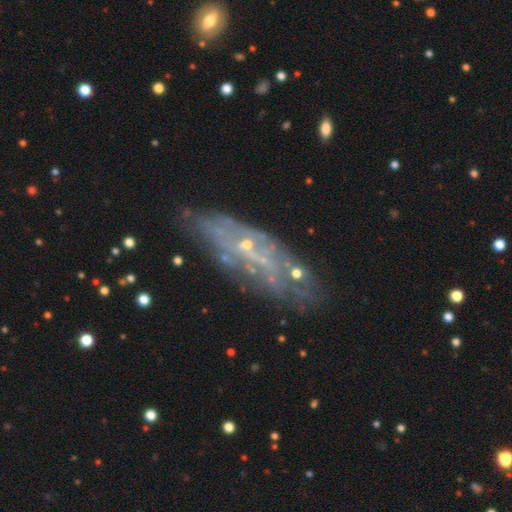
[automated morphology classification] Overall: featured or disk (68%). Edge-on disk: no (76%). Bar: no (76%). Spiral arms: no (65%; yes 35%). Bulge size: small (69%). Merging: none (66%).